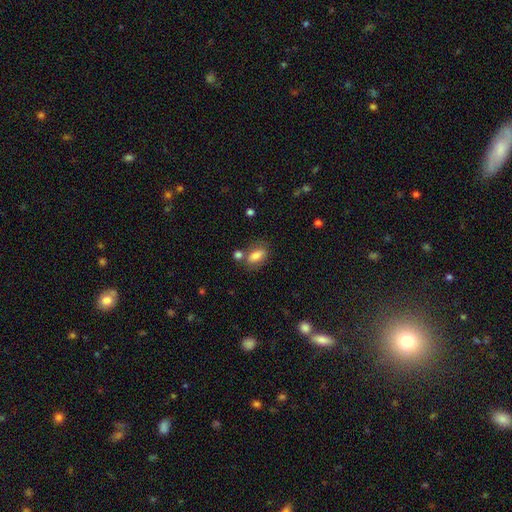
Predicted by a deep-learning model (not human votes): smooth 79%, featured or disk 12%, star or artifact 8%. Down the decision tree: how rounded — in between (84%); merging — none (63%).